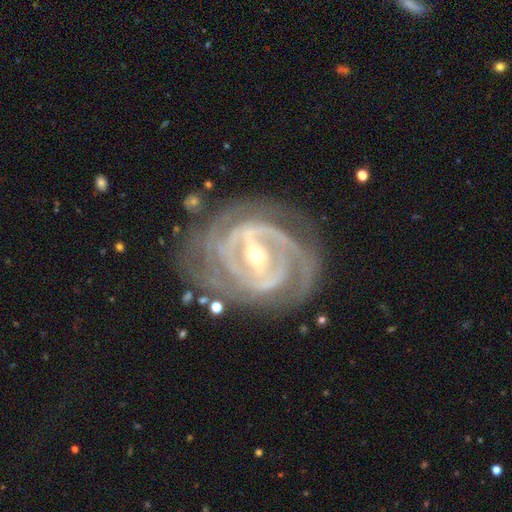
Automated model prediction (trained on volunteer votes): smooth_or_featured: featured or disk (p=0.91) [alt: star or artifact p=0.05]
disk_edge_on: no (p=0.96) [alt: yes p=0.04]
bar: strong (p=0.65) [alt: weak p=0.26]
has_spiral_arms: yes (p=0.97) [alt: no p=0.03]
spiral_winding: tight (p=0.71) [alt: medium p=0.25]
spiral_arm_count: 2 (p=0.31) [alt: 3 p=0.24]
bulge_size: small (p=0.59) [alt: moderate p=0.37]
merging: none (p=0.73) [alt: minor disturbance p=0.16]